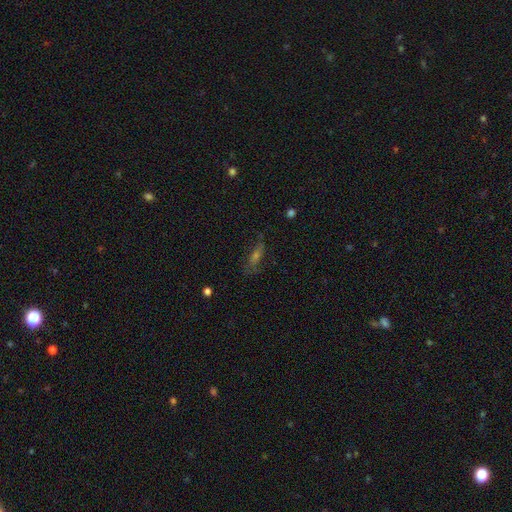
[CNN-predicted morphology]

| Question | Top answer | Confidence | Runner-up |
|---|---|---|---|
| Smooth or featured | featured or disk | 45% | smooth (33%) |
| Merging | none | 69% | minor disturbance (19%) |